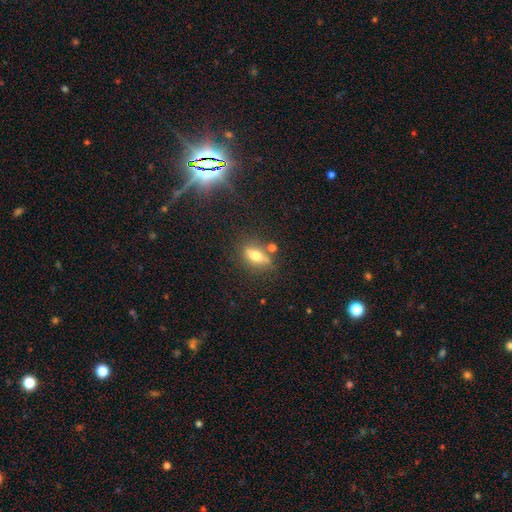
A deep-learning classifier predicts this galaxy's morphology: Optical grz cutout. It shows a smooth galaxy with no disk features (58%) that is in between round and cigar-shaped (69%). Merging: none (70%).